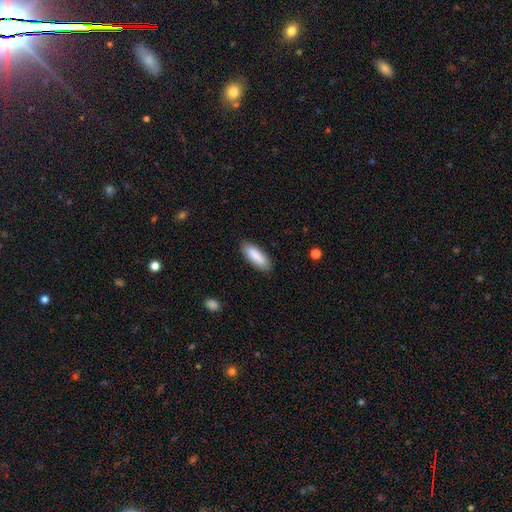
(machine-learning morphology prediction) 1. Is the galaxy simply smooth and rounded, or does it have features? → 87% smooth, 7% featured or disk, 6% star or artifact.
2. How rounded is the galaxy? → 60% in between, 38% cigar-shaped, 2% round.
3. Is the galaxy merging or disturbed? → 86% none, 10% minor disturbance, 2% major disturbance, 1% merger.